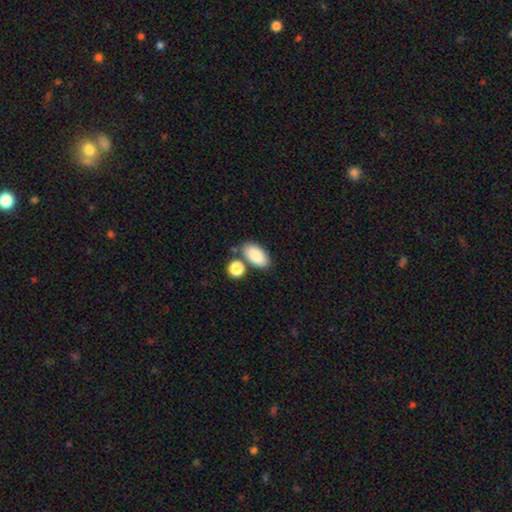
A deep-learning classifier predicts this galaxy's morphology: This is clearly a smooth galaxy (87%). How rounded: clearly in between (94%). Merging: likely none (71%).